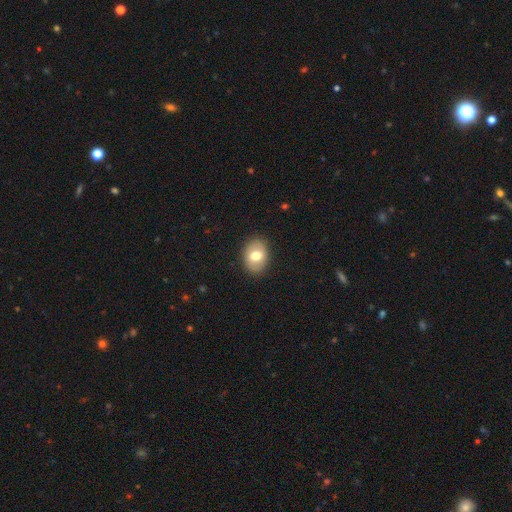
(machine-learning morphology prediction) Smooth or featured?
  - smooth: 69% *
  - featured or disk: 24%
  - star or artifact: 7%
How rounded?
  - in between: 72% *
  - round: 27%
  - cigar-shaped: 1%
Merging?
  - none: 87% *
  - minor disturbance: 10%
  - major disturbance: 3%
  - merger: 1%